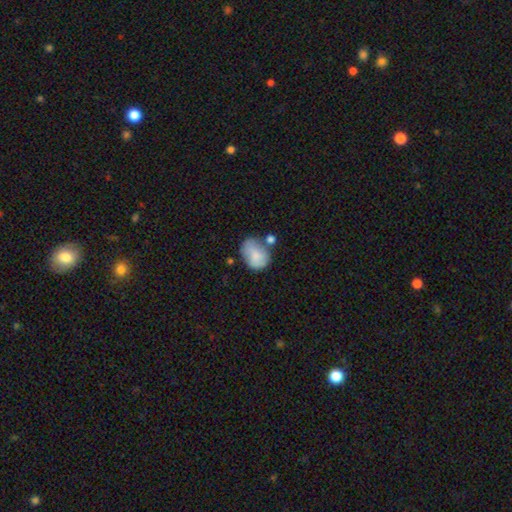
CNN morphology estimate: This appears to be a smooth galaxy with no disk features (74%) that is in between round and cigar-shaped (63%). Merging: none (42%).